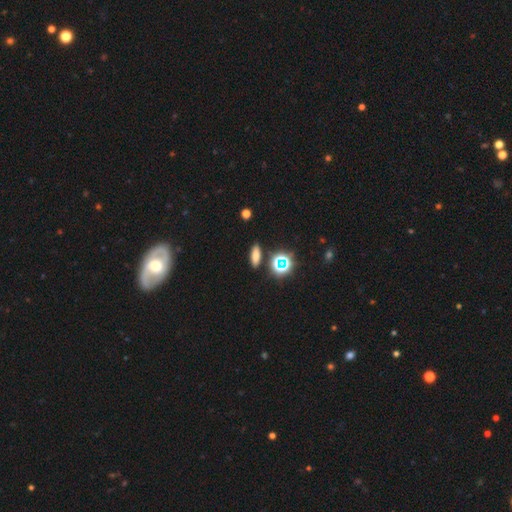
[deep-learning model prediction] smooth_or_featured: smooth (p=0.67) [alt: star or artifact p=0.21]
how_rounded: in between (p=0.58) [alt: cigar-shaped p=0.31]
merging: none (p=0.86) [alt: minor disturbance p=0.08]